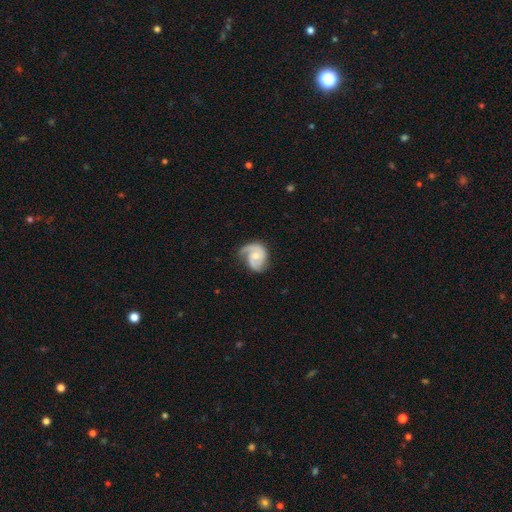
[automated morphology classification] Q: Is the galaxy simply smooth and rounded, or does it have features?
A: featured or disk — 80%.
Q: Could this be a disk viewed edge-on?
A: no — 98%.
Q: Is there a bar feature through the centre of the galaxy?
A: no — 62%.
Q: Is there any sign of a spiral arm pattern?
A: yes — 95%.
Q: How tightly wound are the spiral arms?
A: medium — 46%.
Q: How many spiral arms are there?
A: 2 — 64%.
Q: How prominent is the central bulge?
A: moderate — 47%.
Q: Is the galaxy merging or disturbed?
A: none — 54%.